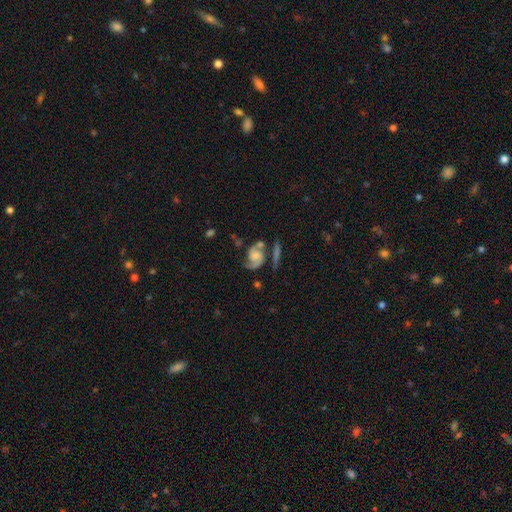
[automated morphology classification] smooth-or-featured: featured or disk: 79% | smooth: 14% | star or artifact: 7%
  disk-edge-on: no: 97% | yes: 3%
    bar: no: 69% | weak: 25% | strong: 6%
    has-spiral-arms: yes: 95% | no: 5%
      spiral-winding: medium: 48% | tight: 27% | loose: 25%
      spiral-arm-count: 2: 79% | 1: 13% | can't tell: 4% | 3: 2% | 4: 1% | more than 4: 1%
    bulge-size: small: 30% | moderate: 28% | none: 27% | large: 12% | dominant: 3%
  merging: none: 46% | merger: 20% | minor disturbance: 18% | major disturbance: 16%